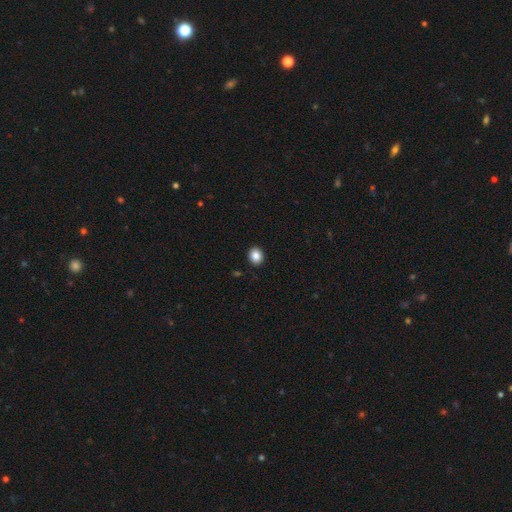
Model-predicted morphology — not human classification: This is clearly a smooth galaxy (86%). How rounded: likely round (63%). Merging: clearly none (92%).